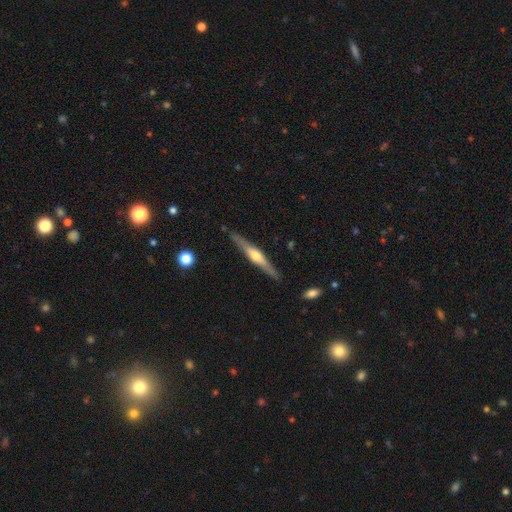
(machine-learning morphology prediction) This is likely a featured or disk galaxy (73%). It is clearly viewed edge-on (97%). Edge-on bulge: clearly rounded (89%). Merging: clearly none (88%).